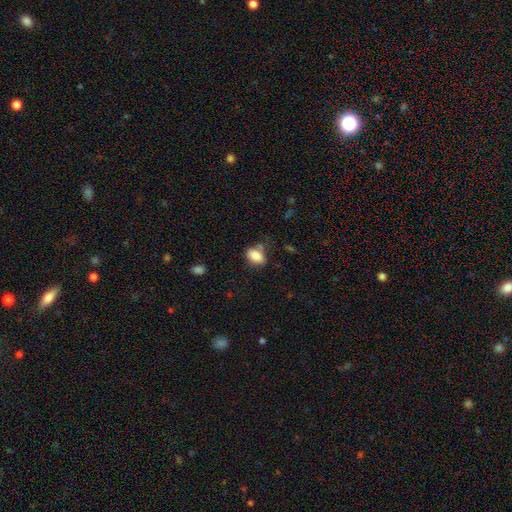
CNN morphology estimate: Overall: smooth (86%). How rounded: in between (84%). Merging: none (61%; minor disturbance 24%).